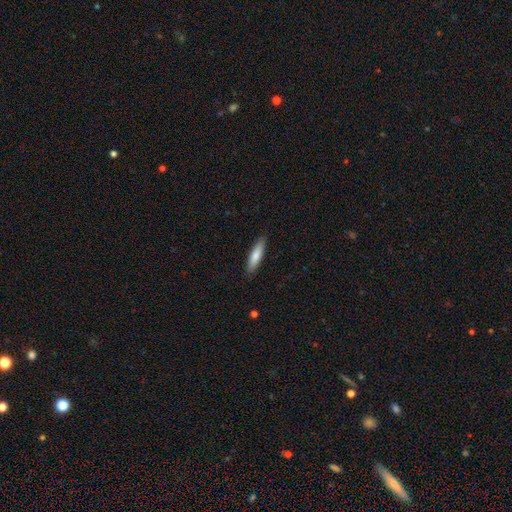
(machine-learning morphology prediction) smooth-or-featured: smooth: 75% | featured or disk: 19% | star or artifact: 5%
  how-rounded: cigar-shaped: 75% | in between: 24% | round: 1%
  merging: none: 89% | minor disturbance: 9% | major disturbance: 2% | merger: 1%